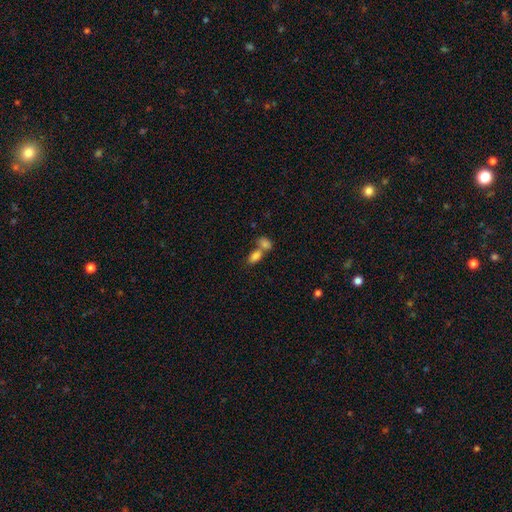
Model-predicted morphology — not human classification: Smooth or featured? Predicted: smooth (p=0.82). How rounded? Predicted: in between (p=0.90). Merging? Predicted: merger (p=0.58).